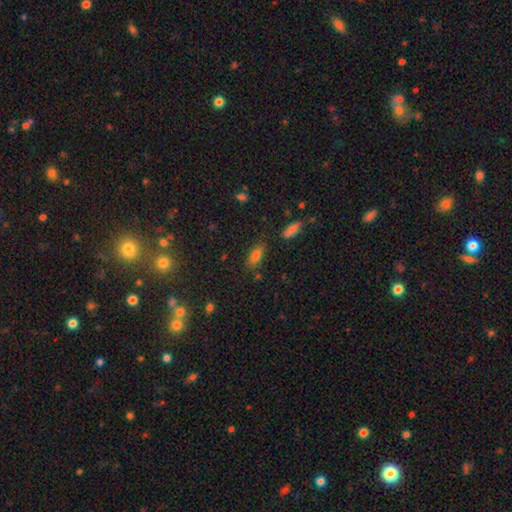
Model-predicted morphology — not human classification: Overall: smooth (76%). How rounded: in between (83%). Merging: none (73%).